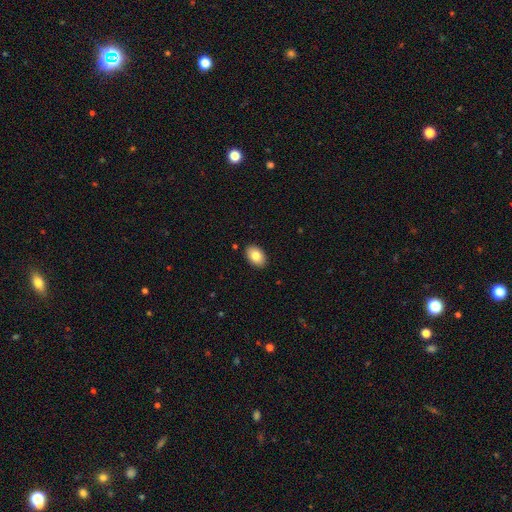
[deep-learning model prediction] smooth_or_featured: smooth (p=0.82) [alt: featured or disk p=0.10]
how_rounded: in between (p=0.89) [alt: round p=0.10]
merging: none (p=0.90) [alt: minor disturbance p=0.08]